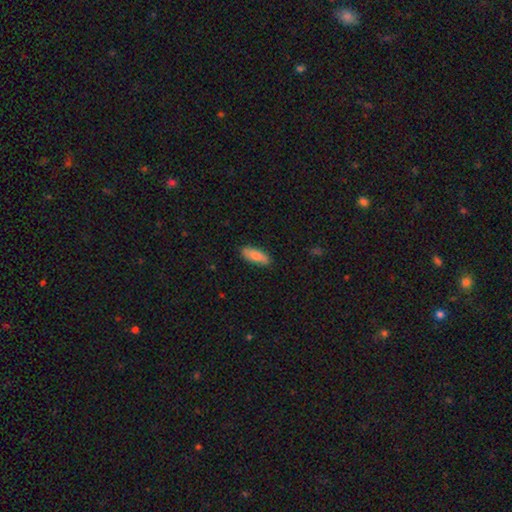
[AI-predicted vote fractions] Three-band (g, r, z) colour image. It shows a smooth galaxy with no disk features (85%) that is in between round and cigar-shaped (69%). Merging: none (82%).